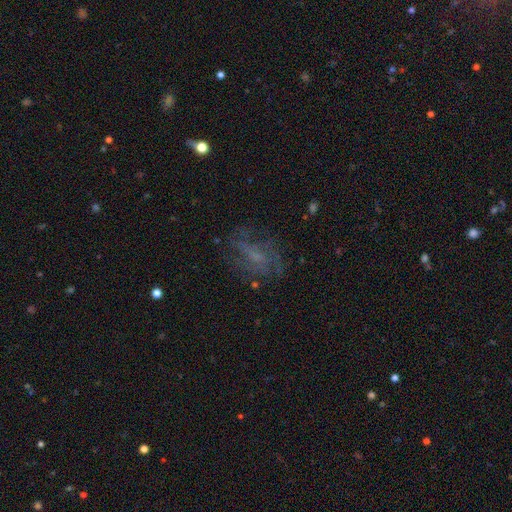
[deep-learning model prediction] A featured or disk galaxy (49%). Merging: none (59%).